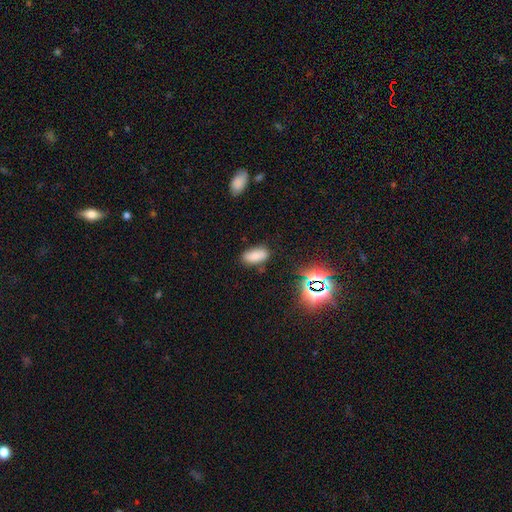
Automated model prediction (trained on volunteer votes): The model was most divided on "merging": none: 78%, minor disturbance: 15%, major disturbance: 4%, merger: 3%. More confident: how rounded — in between (91%); smooth or featured — smooth (77%).